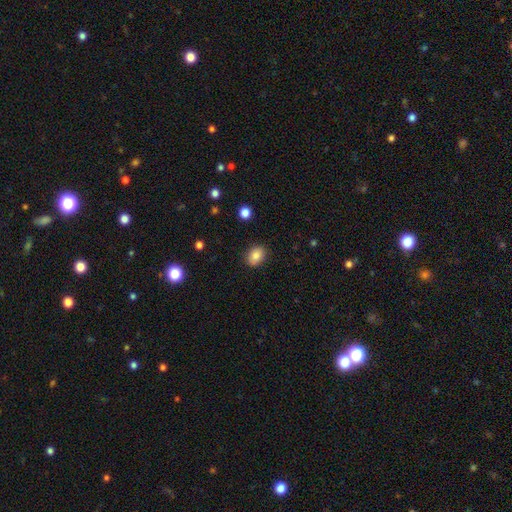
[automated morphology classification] Smooth or featured? smooth (83%)
How rounded? in between (59%)
Merging? none (87%)